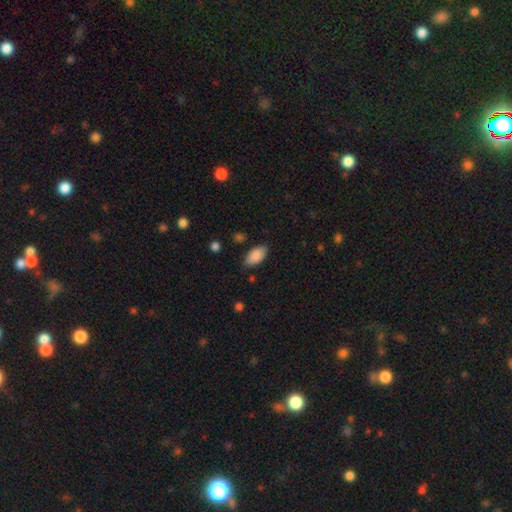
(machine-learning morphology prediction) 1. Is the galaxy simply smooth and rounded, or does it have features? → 87% smooth, 6% star or artifact, 6% featured or disk.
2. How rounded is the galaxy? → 94% in between, 4% cigar-shaped, 3% round.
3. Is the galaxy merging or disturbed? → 81% none, 14% minor disturbance, 3% major disturbance, 2% merger.